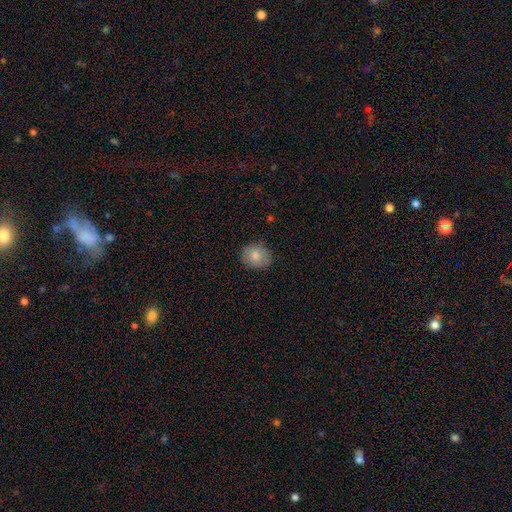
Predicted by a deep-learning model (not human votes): Smooth or featured?
  - smooth: 82% *
  - featured or disk: 10%
  - star or artifact: 8%
How rounded?
  - round: 67% *
  - in between: 33%
  - cigar-shaped: 1%
Merging?
  - none: 84% *
  - minor disturbance: 13%
  - major disturbance: 3%
  - merger: 1%